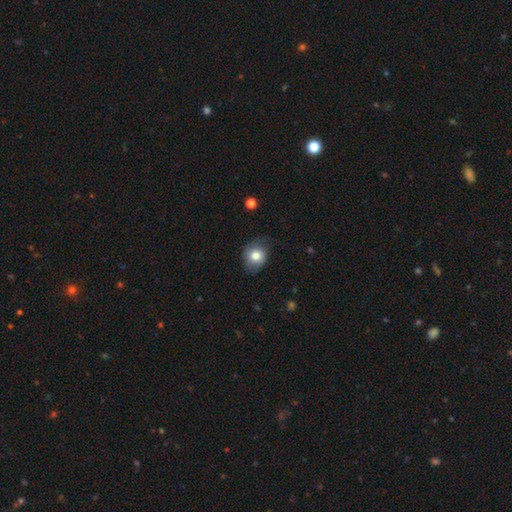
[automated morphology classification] A smooth galaxy with no disk features (78%) that is round (56%). Merging: none (65%).